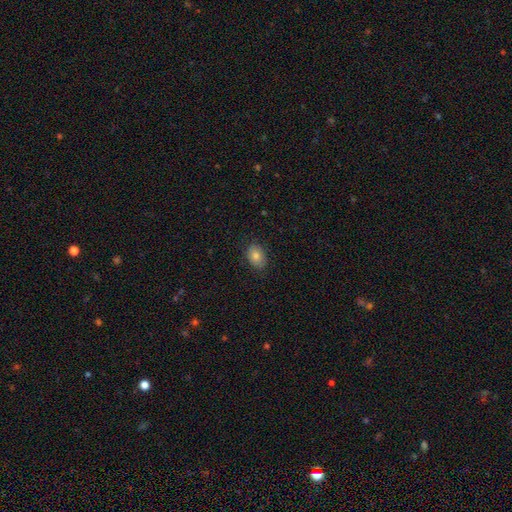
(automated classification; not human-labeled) smooth 80%, featured or disk 10%, star or artifact 10%. Down the decision tree: how rounded — in between (76%); merging — none (85%).